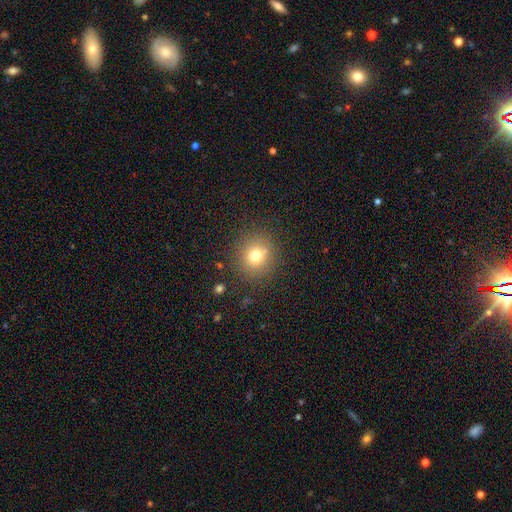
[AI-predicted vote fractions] smooth_or_featured: smooth (p=0.73) [alt: star or artifact p=0.16]
how_rounded: round (p=0.89) [alt: in between p=0.10]
merging: none (p=0.85) [alt: minor disturbance p=0.09]